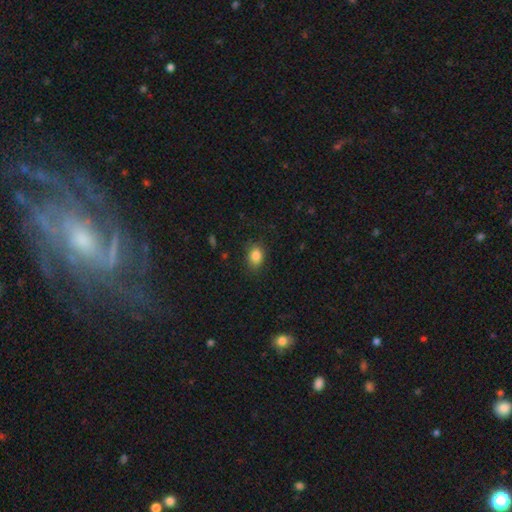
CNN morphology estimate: type=smooth (85%); roundness=in between (69%); merging=none (78%).